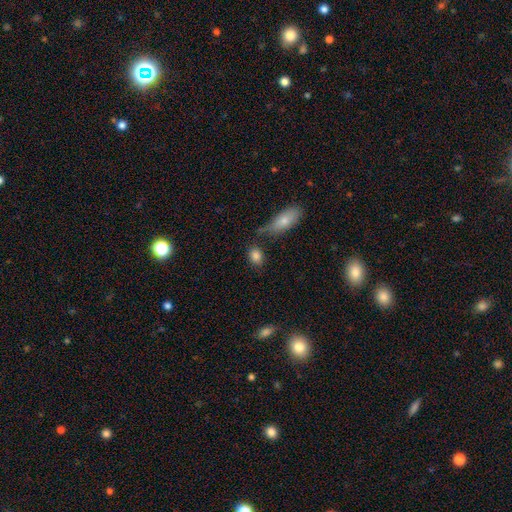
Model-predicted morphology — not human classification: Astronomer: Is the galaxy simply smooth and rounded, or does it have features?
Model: smooth — 85%.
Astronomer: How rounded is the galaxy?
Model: in between — 66%.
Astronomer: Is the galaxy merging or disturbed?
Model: none — 72%.